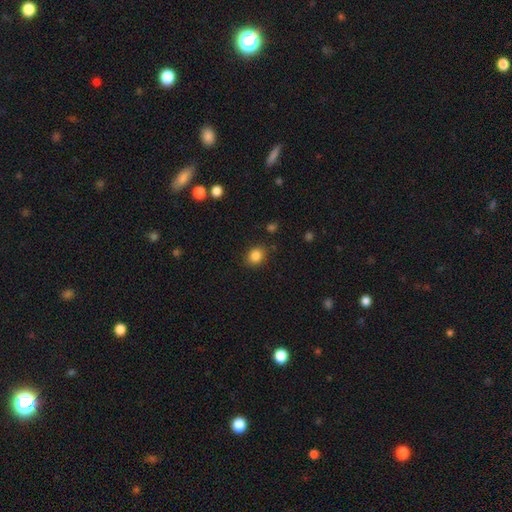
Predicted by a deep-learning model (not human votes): Morphology: type=smooth (84%); roundness=round (58%); merging=none (85%).